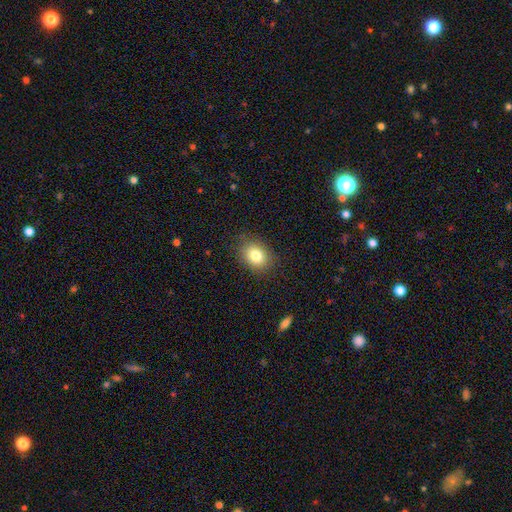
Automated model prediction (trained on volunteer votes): This appears to be a smooth galaxy with no disk features (81%) that is in between round and cigar-shaped (58%). Merging: none (85%).